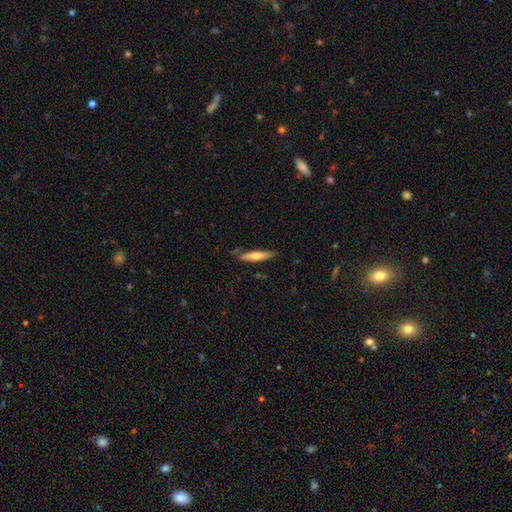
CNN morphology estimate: Q: Smooth or featured?
A: smooth (56%); runner-up: featured or disk (38%)
Q: How rounded?
A: cigar-shaped (86%); runner-up: in between (13%)
Q: Merging?
A: none (79%); runner-up: minor disturbance (16%)